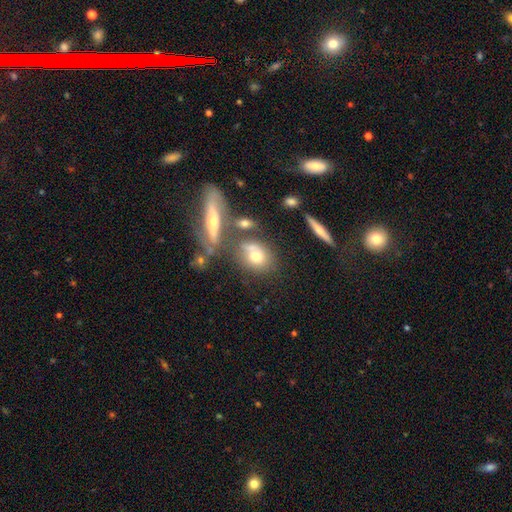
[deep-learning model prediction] Smooth or featured: smooth — 66% (featured or disk — 23%)
How rounded: round — 54% (in between — 40%)
Merging: none — 52% (merger — 26%)